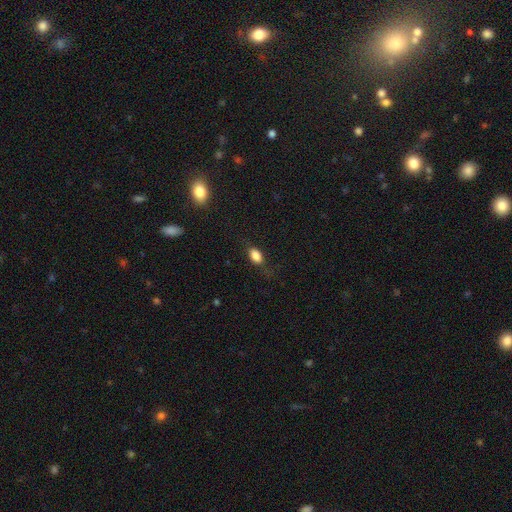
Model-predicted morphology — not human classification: type=smooth (84%); roundness=in between (85%); merging=none (74%).